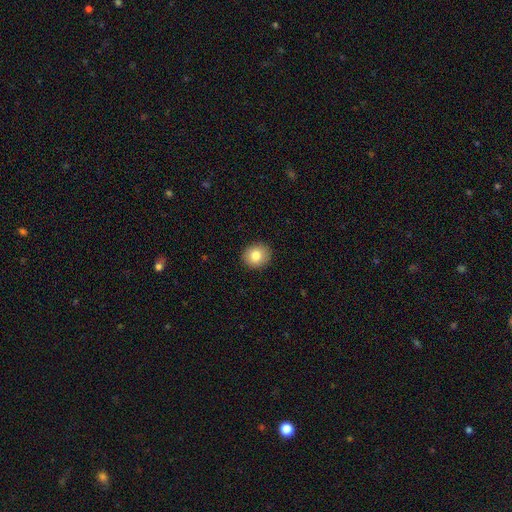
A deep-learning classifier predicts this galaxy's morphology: A smooth galaxy with no disk features (81%) that is round (79%).

Vote fractions:
- Smooth or featured? smooth: 81% / featured or disk: 10% / star or artifact: 9%
- How rounded? round: 79% / in between: 21% / cigar-shaped: 1%
- Merging? none: 91% / minor disturbance: 6% / major disturbance: 2% / merger: 1%